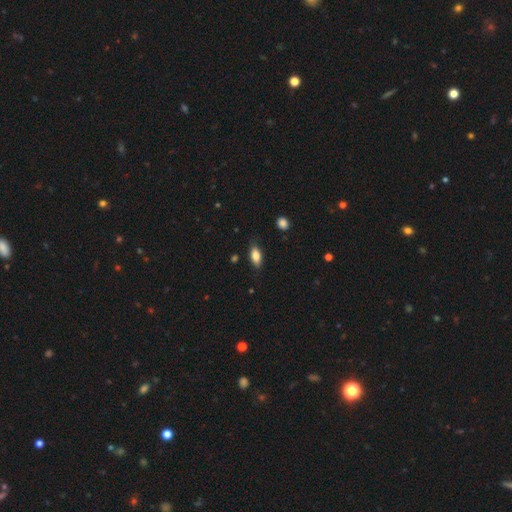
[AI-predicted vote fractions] A smooth galaxy with no disk features (79%) that is in between round and cigar-shaped (84%).

Vote fractions:
- Smooth or featured? smooth: 79% / featured or disk: 14% / star or artifact: 7%
- How rounded? in between: 84% / cigar-shaped: 12% / round: 4%
- Merging? none: 80% / minor disturbance: 15% / major disturbance: 3% / merger: 1%